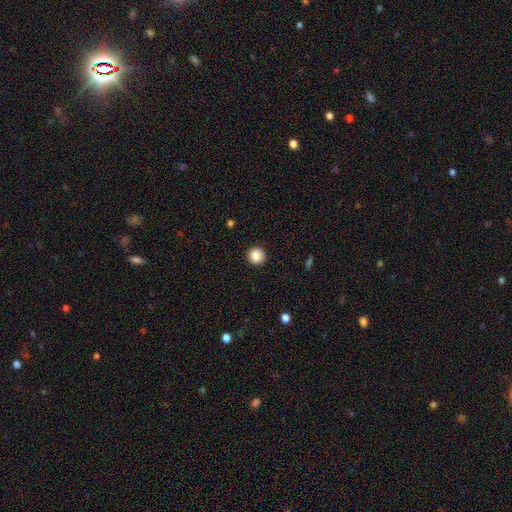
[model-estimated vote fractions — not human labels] Smooth or featured?
  - smooth: 85% *
  - star or artifact: 9%
  - featured or disk: 6%
How rounded?
  - round: 95% *
  - in between: 4%
  - cigar-shaped: 1%
Merging?
  - none: 93% *
  - minor disturbance: 4%
  - major disturbance: 1%
  - merger: 1%